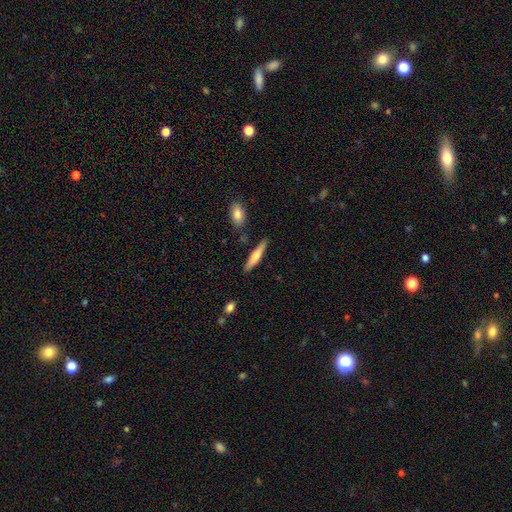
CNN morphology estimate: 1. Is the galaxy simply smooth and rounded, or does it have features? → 52% smooth, 42% featured or disk, 6% star or artifact.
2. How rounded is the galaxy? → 87% cigar-shaped, 11% in between, 2% round.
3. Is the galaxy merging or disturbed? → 85% none, 9% minor disturbance, 4% merger, 2% major disturbance.